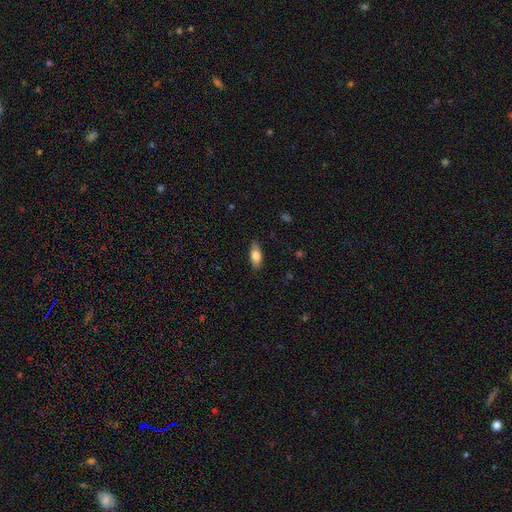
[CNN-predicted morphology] A smooth galaxy with no disk features (80%) that is in between round and cigar-shaped (82%). Merging: none (84%).